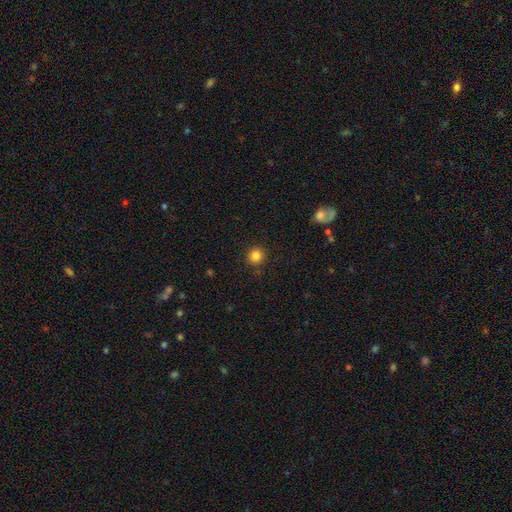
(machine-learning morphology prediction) Smooth or featured? smooth (84%)
How rounded? round (91%)
Merging? none (89%)